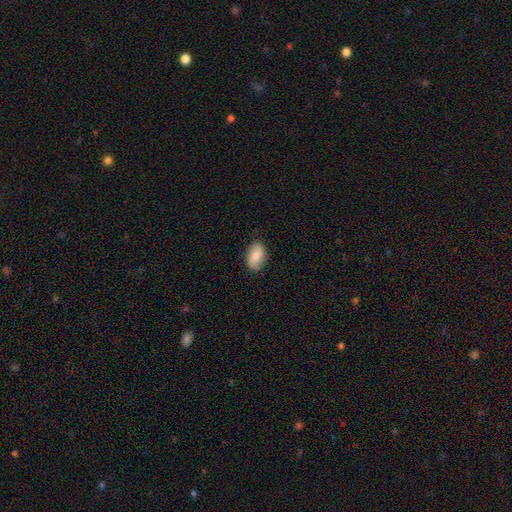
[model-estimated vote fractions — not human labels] Smooth or featured: smooth — 80% (featured or disk — 14%)
How rounded: in between — 90% (round — 8%)
Merging: none — 84% (minor disturbance — 13%)